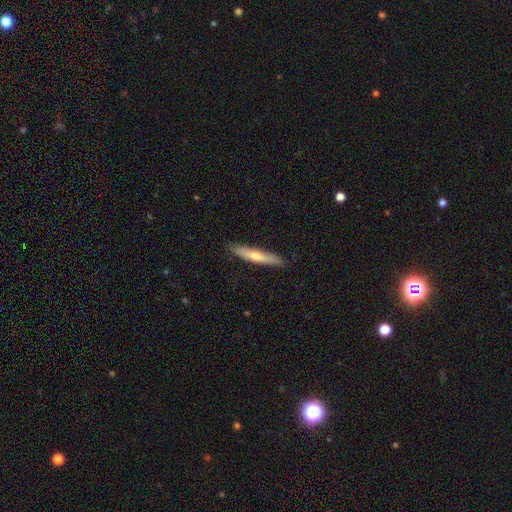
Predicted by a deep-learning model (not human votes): This appears to be a smooth galaxy with no disk features (48%). Merging: none (89%).